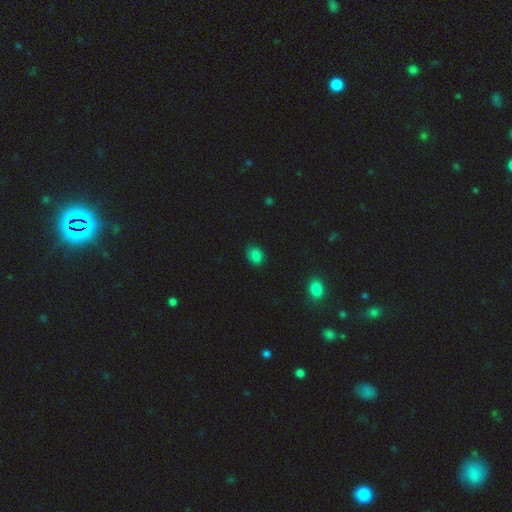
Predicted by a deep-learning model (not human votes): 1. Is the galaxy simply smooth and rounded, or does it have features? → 83% smooth, 13% star or artifact, 4% featured or disk.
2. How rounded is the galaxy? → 61% in between, 38% round, 1% cigar-shaped.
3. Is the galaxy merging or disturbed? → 81% none, 15% minor disturbance, 3% major disturbance, 1% merger.